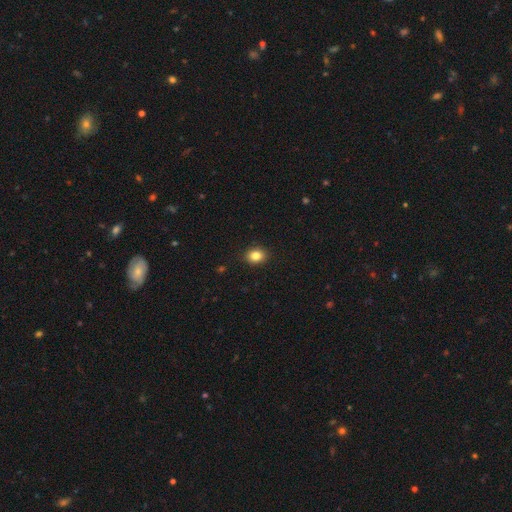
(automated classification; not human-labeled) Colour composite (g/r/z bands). It shows a smooth galaxy with no disk features (84%) that is in between round and cigar-shaped (51%). Merging: none (91%).